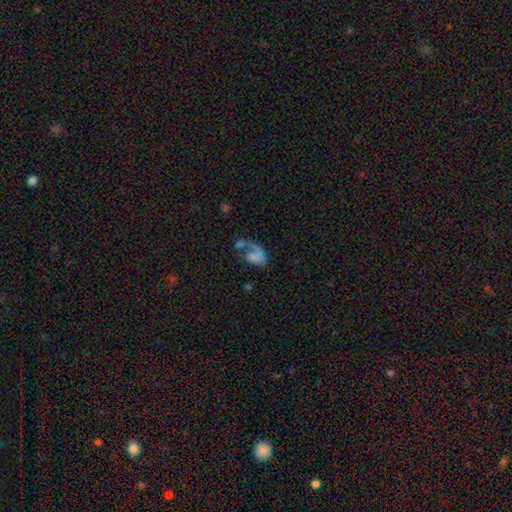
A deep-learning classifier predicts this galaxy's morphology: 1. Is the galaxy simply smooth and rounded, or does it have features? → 57% featured or disk, 32% smooth, 10% star or artifact.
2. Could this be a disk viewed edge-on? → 98% no, 2% yes.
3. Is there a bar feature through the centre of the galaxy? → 76% no, 19% weak, 6% strong.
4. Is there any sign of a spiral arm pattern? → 71% yes, 29% no.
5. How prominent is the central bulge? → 59% none, 19% small, 12% moderate, 6% large, 3% dominant.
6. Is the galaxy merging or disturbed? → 46% major disturbance, 24% none, 16% merger, 14% minor disturbance.